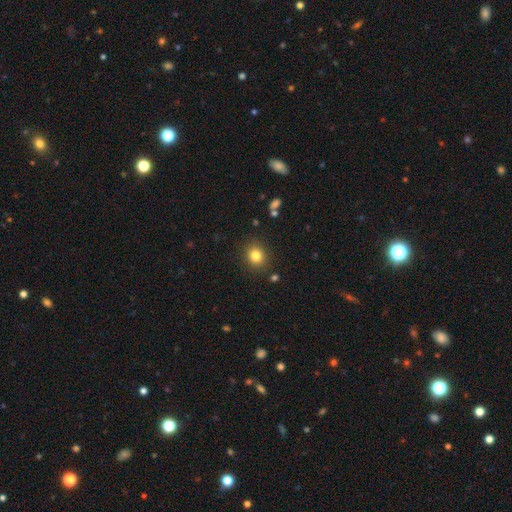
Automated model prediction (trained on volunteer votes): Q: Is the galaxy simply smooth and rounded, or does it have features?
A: smooth — 82%.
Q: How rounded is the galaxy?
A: round — 78%.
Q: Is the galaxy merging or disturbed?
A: none — 88%.